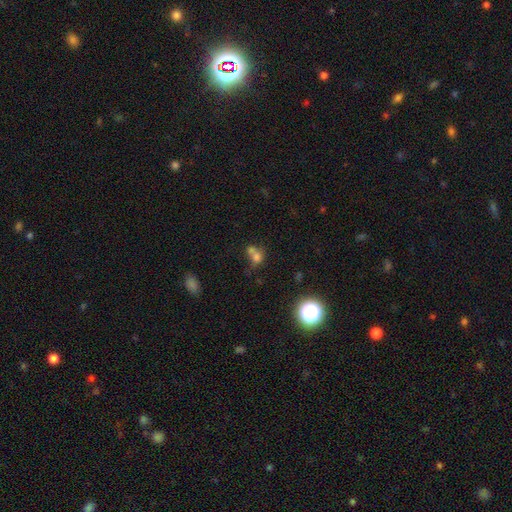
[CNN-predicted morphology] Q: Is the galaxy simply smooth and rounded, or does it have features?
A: smooth — 68%.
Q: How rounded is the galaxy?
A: round — 61%.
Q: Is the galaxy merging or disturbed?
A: merger — 57%.